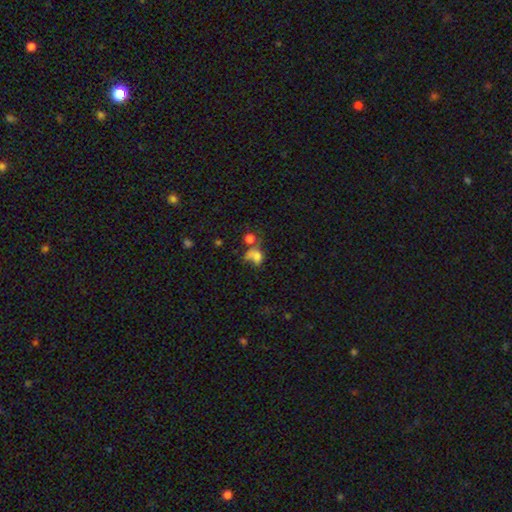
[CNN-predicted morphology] This is likely a smooth galaxy (66%). How rounded: possibly in between (57%). Merging: marginally merger (39%).